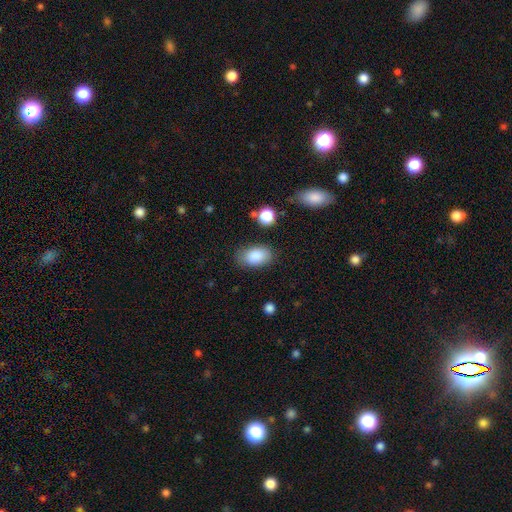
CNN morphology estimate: Q: Smooth or featured?
A: smooth (86%); runner-up: star or artifact (7%)
Q: How rounded?
A: in between (91%); runner-up: round (8%)
Q: Merging?
A: none (79%); runner-up: minor disturbance (15%)